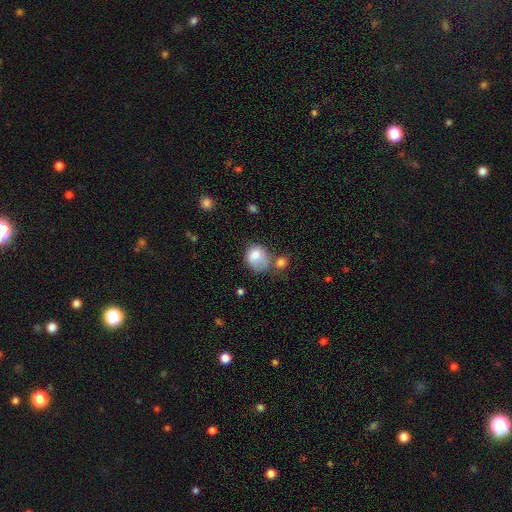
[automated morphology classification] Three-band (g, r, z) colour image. It shows a smooth galaxy with no disk features (78%) that is round (54%). Merging: none (30%).